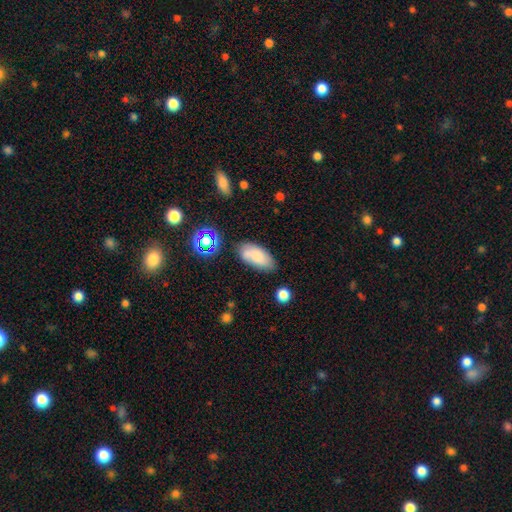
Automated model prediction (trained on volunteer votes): Smooth or featured: smooth — 74% (featured or disk — 15%)
How rounded: in between — 91% (cigar-shaped — 6%)
Merging: none — 68% (minor disturbance — 19%)